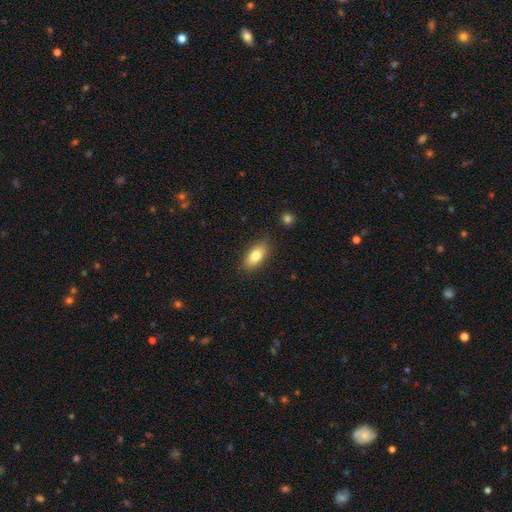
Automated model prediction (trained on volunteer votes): A smooth galaxy with no disk features (80%) that is in between round and cigar-shaped (87%). Merging: none (86%).